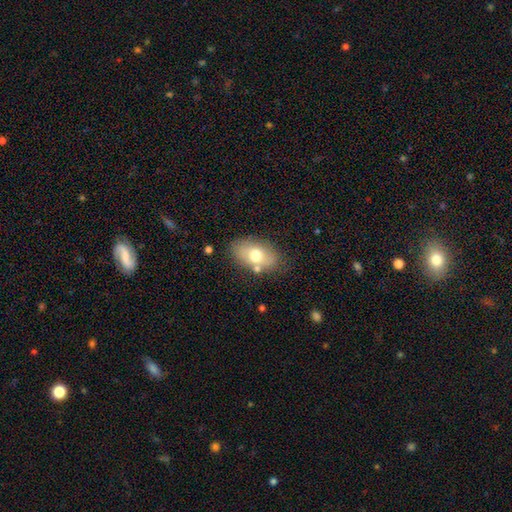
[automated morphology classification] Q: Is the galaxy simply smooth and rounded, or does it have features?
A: smooth — 67%.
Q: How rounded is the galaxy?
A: in between — 89%.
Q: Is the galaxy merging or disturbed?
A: none — 74%.